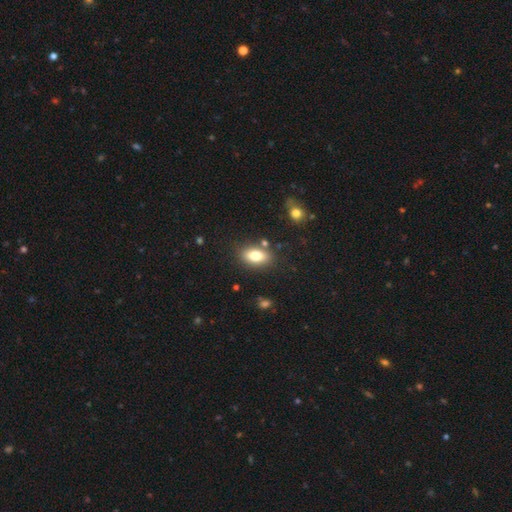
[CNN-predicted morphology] The model was most divided on "smooth or featured": smooth: 79%, featured or disk: 12%, star or artifact: 8%. More confident: how rounded — in between (88%); merging — none (80%).